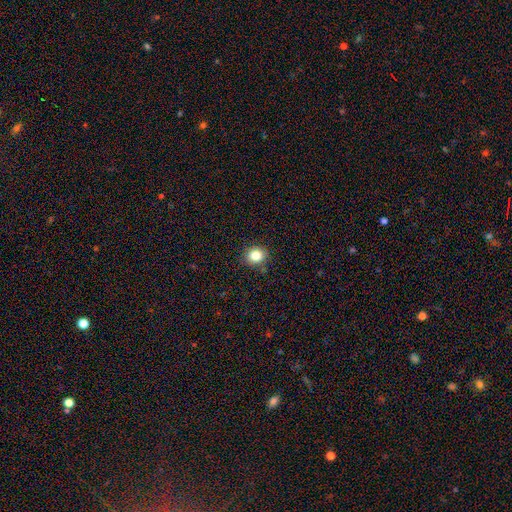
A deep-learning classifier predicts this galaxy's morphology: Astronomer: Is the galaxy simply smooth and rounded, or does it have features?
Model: smooth — 83%.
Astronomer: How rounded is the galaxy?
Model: round — 75%.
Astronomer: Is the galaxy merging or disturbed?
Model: none — 88%.